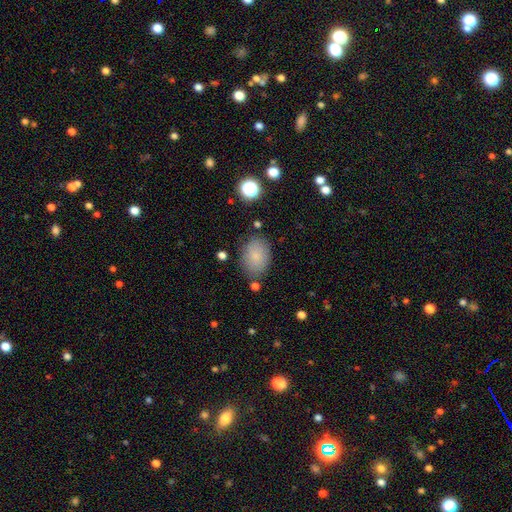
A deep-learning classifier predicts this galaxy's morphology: A smooth galaxy with no disk features (82%) that is in between round and cigar-shaped (82%). Merging: none (80%).